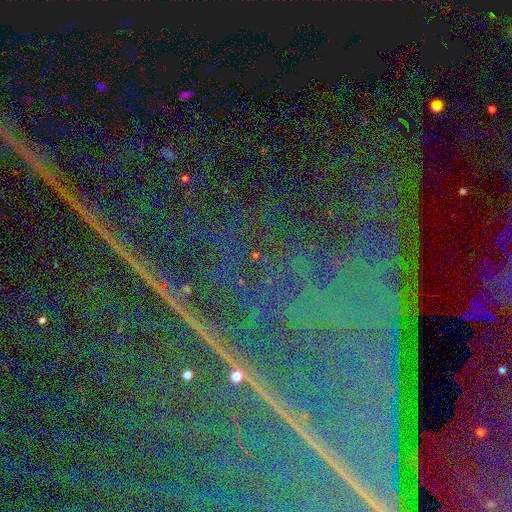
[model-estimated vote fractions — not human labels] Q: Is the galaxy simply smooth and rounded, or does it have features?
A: star or artifact — 86%.